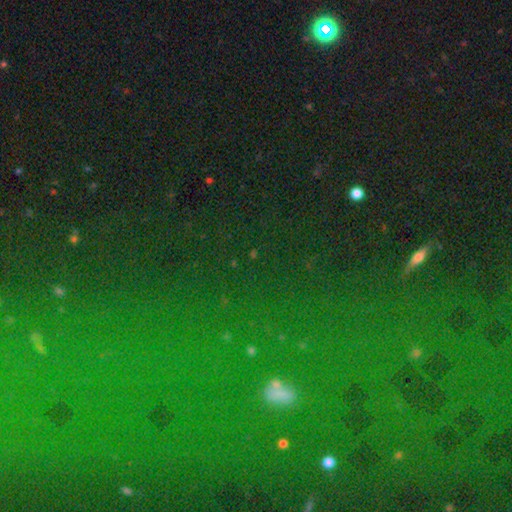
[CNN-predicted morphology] star or artifact 79%, smooth 12%, featured or disk 8%.